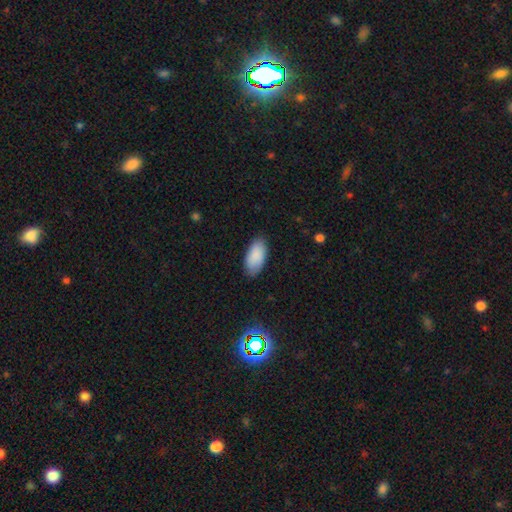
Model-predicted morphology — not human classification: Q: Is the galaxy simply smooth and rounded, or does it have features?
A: smooth — 89%.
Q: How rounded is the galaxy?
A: in between — 94%.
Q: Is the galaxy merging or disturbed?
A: none — 83%.